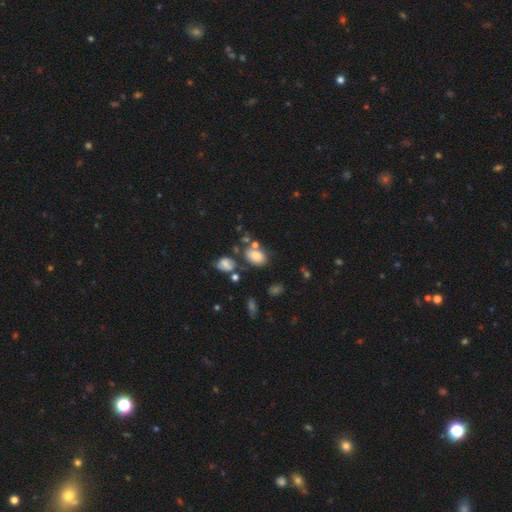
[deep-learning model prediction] A smooth galaxy with no disk features (76%) that is in between round and cigar-shaped (79%). Merging: none (52%).